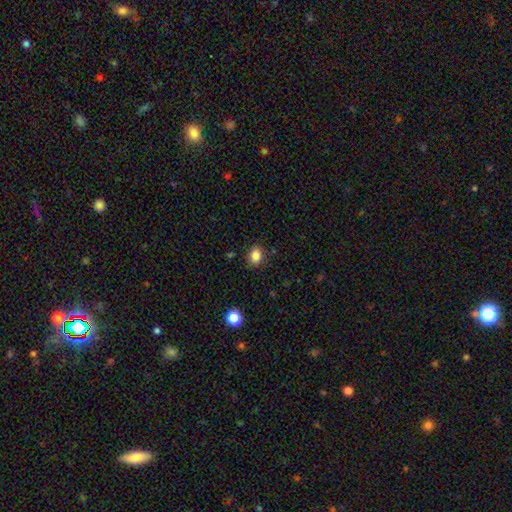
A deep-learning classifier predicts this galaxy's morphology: Smooth or featured?
  - smooth: 85% *
  - star or artifact: 10%
  - featured or disk: 5%
How rounded?
  - in between: 56% *
  - round: 44%
  - cigar-shaped: 1%
Merging?
  - none: 86% *
  - minor disturbance: 10%
  - major disturbance: 3%
  - merger: 2%